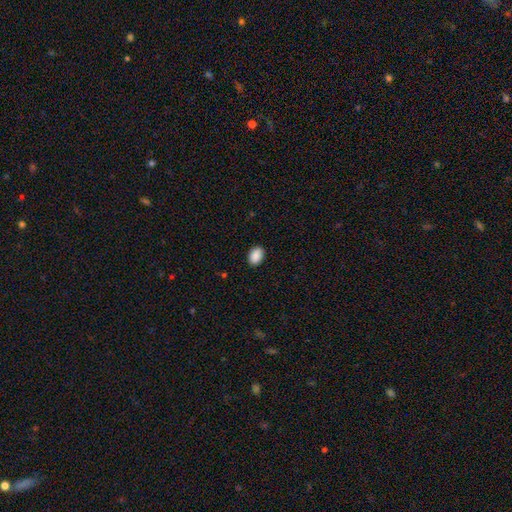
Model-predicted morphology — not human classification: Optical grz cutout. It shows a smooth galaxy with no disk features (90%) that is in between round and cigar-shaped (82%). Merging: none (89%).